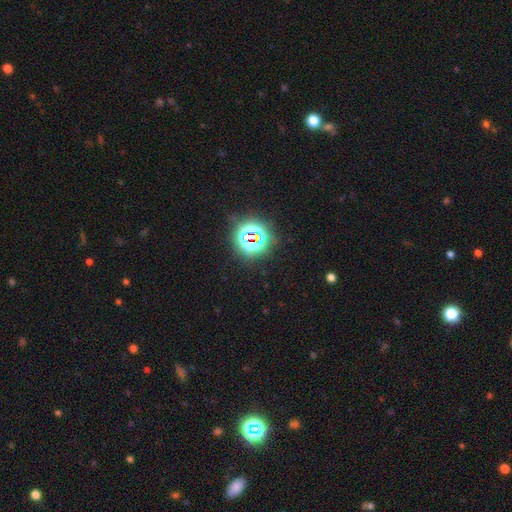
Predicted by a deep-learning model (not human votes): This is clearly a star or artifact rather than a galaxy (80%).